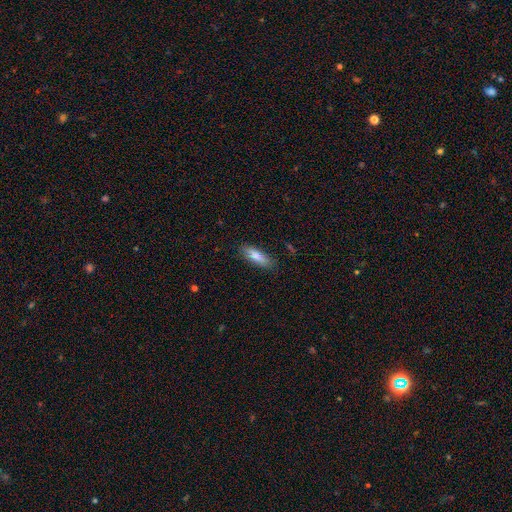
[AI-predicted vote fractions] Overall: smooth (80%). How rounded: in between (55%; cigar-shaped 43%). Merging: none (81%).